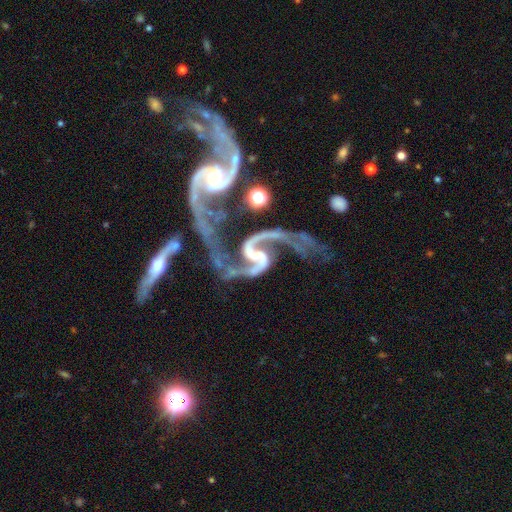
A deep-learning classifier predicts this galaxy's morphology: This appears to be a featured or disk galaxy (93%) with a weak bar (44%), 2 (93%) loose (73%) spiral arms (97%) and a small central bulge (51%). Merging: merger (31%).